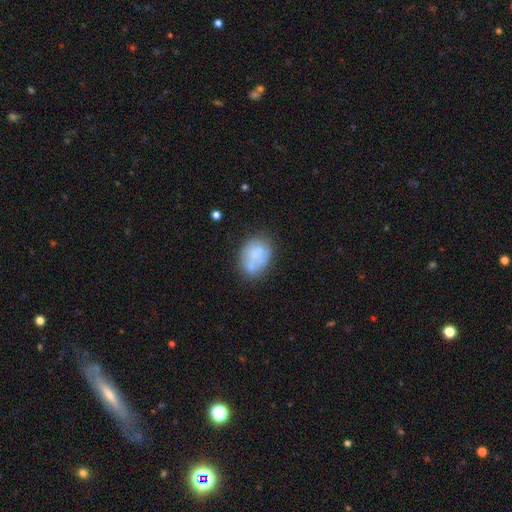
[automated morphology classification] This is possibly a smooth galaxy (59%). How rounded: likely in between (61%). Merging: marginally none (45%).